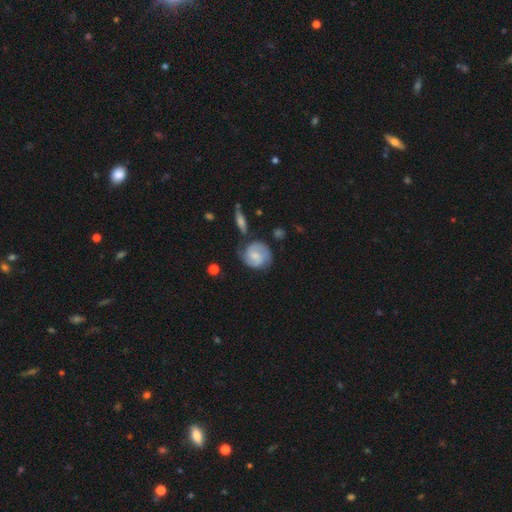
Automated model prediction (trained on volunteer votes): Smooth or featured? featured or disk (63%)
Edge-on disk? no (97%)
Bar? no (46%)
Spiral arms? yes (92%)
Spiral winding? medium (43%, tied with tight)
Spiral arm count? 2 (79%)
Bulge size? small (47%)
Merging? none (69%)